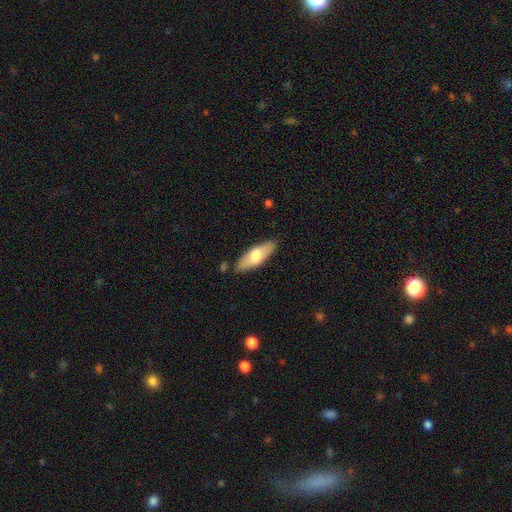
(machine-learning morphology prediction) This is likely a smooth galaxy (61%). How rounded: likely in between (62%). Merging: clearly none (84%).